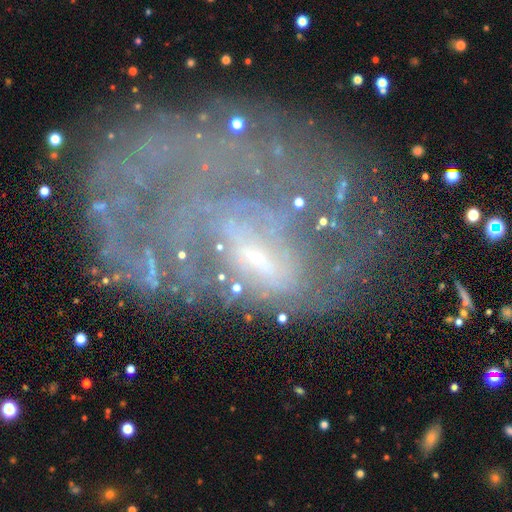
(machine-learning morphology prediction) Smooth or featured: featured or disk — 70% (star or artifact — 15%)
Edge-on disk: no — 96% (yes — 4%)
Bar: no — 46% (weak — 36%)
Spiral arms: yes — 53% (no — 47%)
Bulge size: small — 48% (none — 27%)
Merging: major disturbance — 43% (none — 32%)